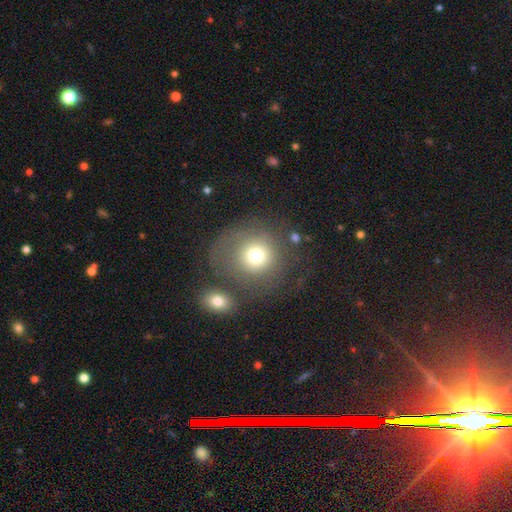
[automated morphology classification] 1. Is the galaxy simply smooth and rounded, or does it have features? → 70% smooth, 18% featured or disk, 12% star or artifact.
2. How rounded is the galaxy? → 87% round, 12% in between, 1% cigar-shaped.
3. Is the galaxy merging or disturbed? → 54% none, 16% major disturbance, 15% minor disturbance, 15% merger.